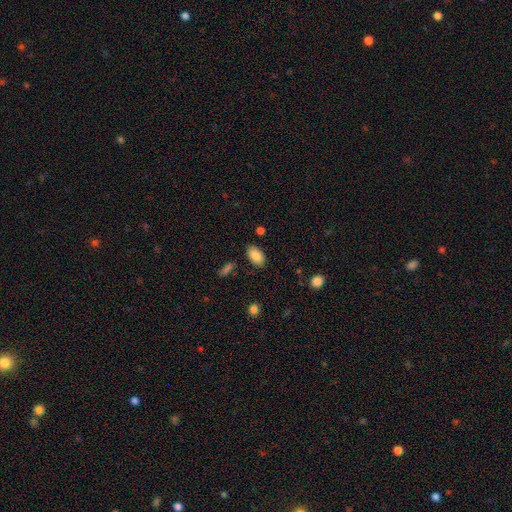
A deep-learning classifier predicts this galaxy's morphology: Smooth or featured? smooth (86%)
How rounded? in between (93%)
Merging? none (84%)